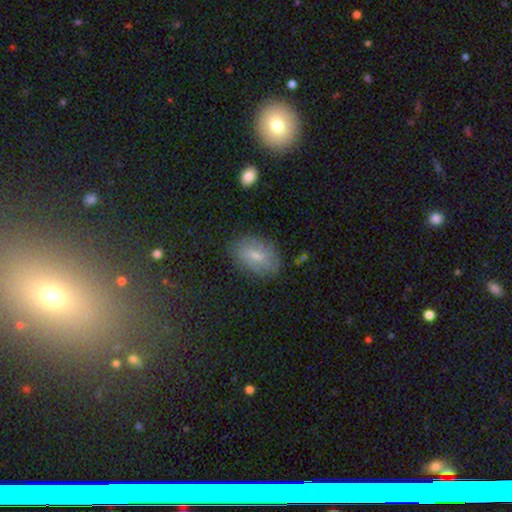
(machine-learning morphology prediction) Smooth or featured?
  - smooth: 58% *
  - featured or disk: 33%
  - star or artifact: 10%
How rounded?
  - in between: 88% *
  - round: 10%
  - cigar-shaped: 2%
Merging?
  - none: 76% *
  - minor disturbance: 17%
  - major disturbance: 5%
  - merger: 2%